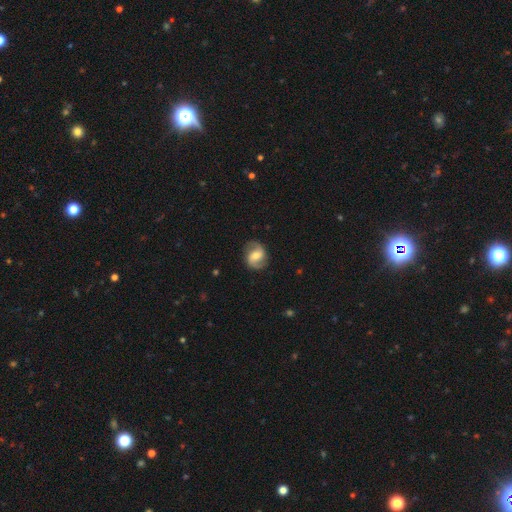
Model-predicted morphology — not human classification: A featured or disk galaxy (76%) with a weak bar (47%), 2 (92%) medium (48%) spiral arms (94%) and a moderate central bulge (61%). Merging: none (84%).